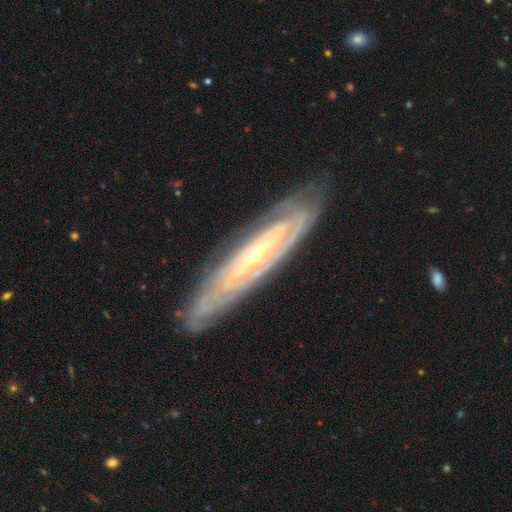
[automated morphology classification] This is clearly a featured or disk galaxy (86%). It is likely not viewed edge-on (71%). Bar: possibly no (55%). Spiral arm pattern: clearly yes (90%). Spiral arm count: possibly can't tell (54%). Spiral winding: likely tight (78%). Central bulge: likely small (76%). Merging: clearly none (81%).